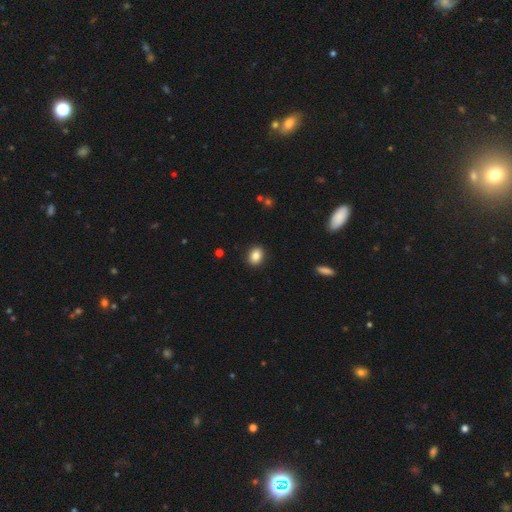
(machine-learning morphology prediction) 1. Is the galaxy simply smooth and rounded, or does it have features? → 85% smooth, 9% star or artifact, 5% featured or disk.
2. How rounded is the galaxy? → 56% in between, 43% round, 1% cigar-shaped.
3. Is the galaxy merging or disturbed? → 90% none, 7% minor disturbance, 2% major disturbance, 1% merger.